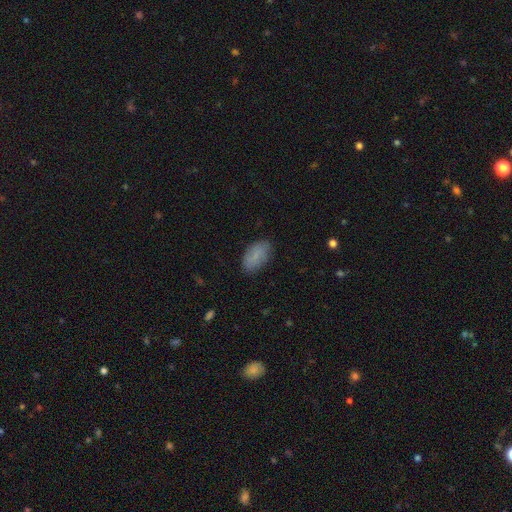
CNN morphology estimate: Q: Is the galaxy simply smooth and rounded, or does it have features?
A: smooth — 83%.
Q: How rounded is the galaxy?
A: in between — 94%.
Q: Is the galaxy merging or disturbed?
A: none — 84%.